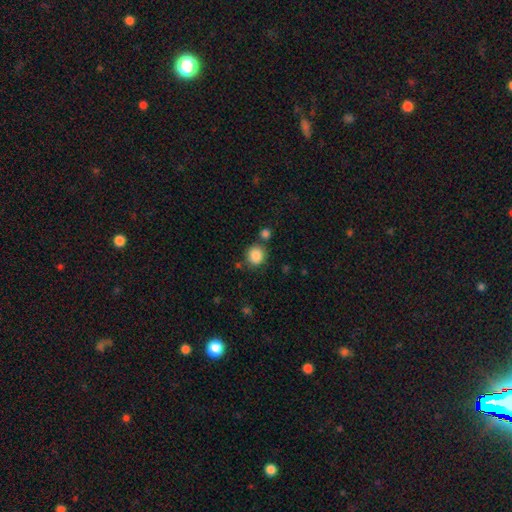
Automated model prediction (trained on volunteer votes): The model was most divided on "merging": none: 76%, merger: 10%, minor disturbance: 10%, major disturbance: 3%. More confident: how rounded — round (86%); smooth or featured — smooth (86%).